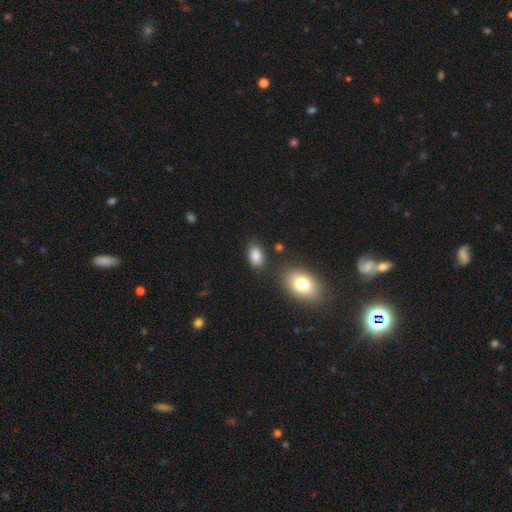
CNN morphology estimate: Smooth or featured? Predicted: smooth (p=0.85). How rounded? Predicted: in between (p=0.90). Merging? Predicted: none (p=0.80).